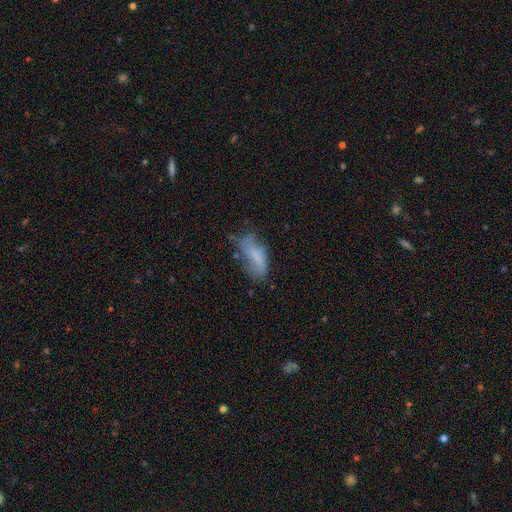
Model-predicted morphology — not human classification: Q: Smooth or featured?
A: smooth (62%); runner-up: featured or disk (28%)
Q: How rounded?
A: in between (77%); runner-up: cigar-shaped (20%)
Q: Merging?
A: none (40%); runner-up: minor disturbance (33%)